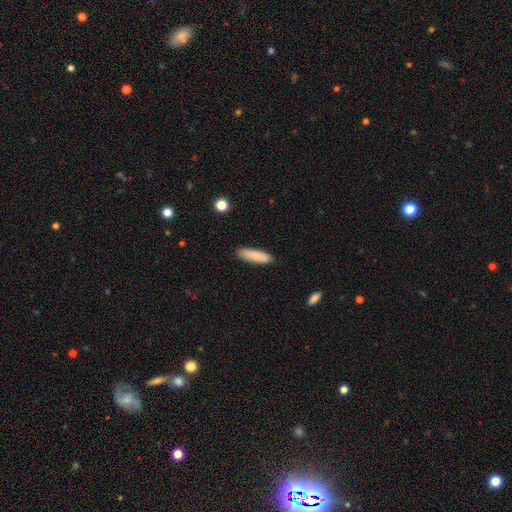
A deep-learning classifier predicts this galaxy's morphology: The model was most divided on "how rounded": cigar-shaped: 60%, in between: 38%, round: 2%. More confident: merging — none (89%); smooth or featured — smooth (86%).